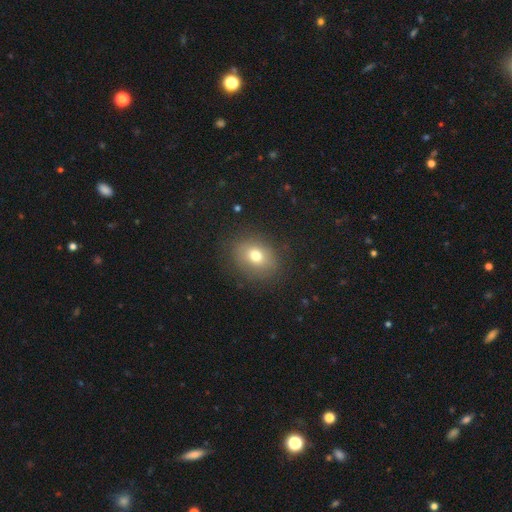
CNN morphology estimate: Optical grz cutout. It shows a smooth galaxy with no disk features (74%) that is in between round and cigar-shaped (51%). Merging: none (83%).